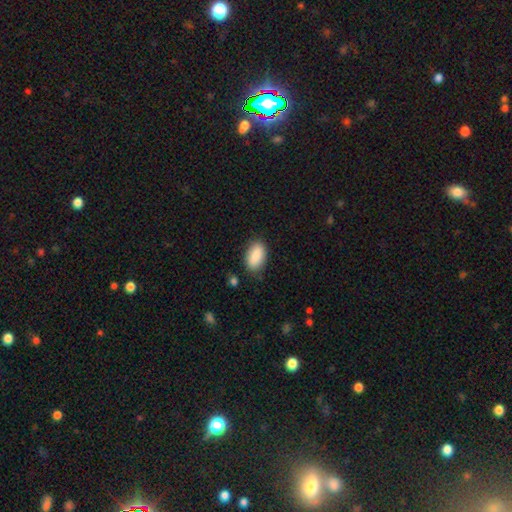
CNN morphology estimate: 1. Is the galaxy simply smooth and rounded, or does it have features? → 89% smooth, 7% star or artifact, 4% featured or disk.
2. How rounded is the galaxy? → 93% in between, 4% round, 3% cigar-shaped.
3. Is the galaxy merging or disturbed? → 82% none, 13% minor disturbance, 3% major disturbance, 2% merger.